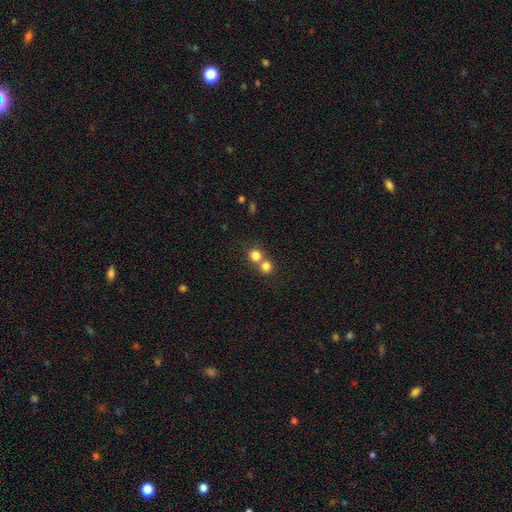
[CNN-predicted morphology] smooth_or_featured: smooth (p=0.80) [alt: star or artifact p=0.12]
how_rounded: round (p=0.87) [alt: in between p=0.12]
merging: merger (p=0.50) [alt: none p=0.43]